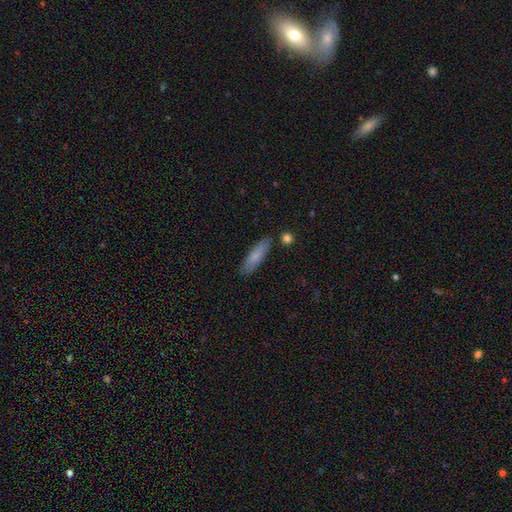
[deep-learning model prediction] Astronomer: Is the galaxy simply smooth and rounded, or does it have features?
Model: smooth — 79%.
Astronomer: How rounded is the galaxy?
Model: cigar-shaped — 67%.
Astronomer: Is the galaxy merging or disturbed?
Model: none — 85%.